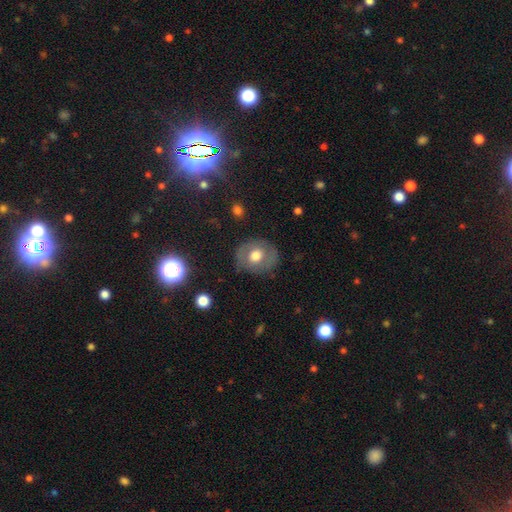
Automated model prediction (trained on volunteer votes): smooth-or-featured: smooth: 57% | featured or disk: 35% | star or artifact: 8%
  how-rounded: round: 68% | in between: 31% | cigar-shaped: 1%
  merging: none: 77% | minor disturbance: 16% | major disturbance: 6% | merger: 1%